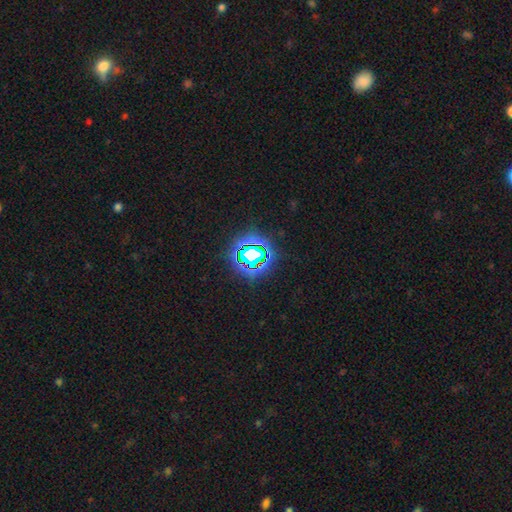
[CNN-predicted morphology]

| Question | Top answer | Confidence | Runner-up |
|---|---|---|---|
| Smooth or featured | star or artifact | 77% | smooth (15%) |